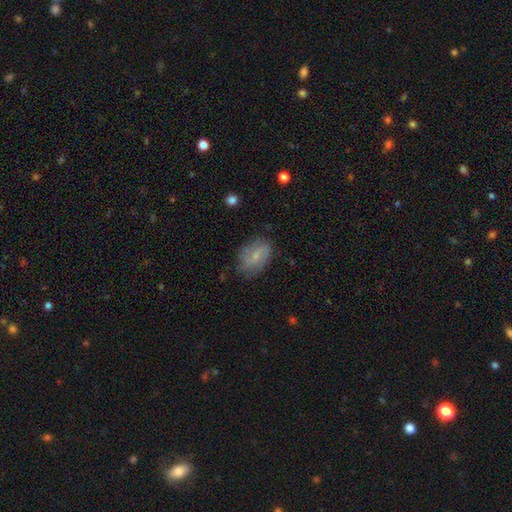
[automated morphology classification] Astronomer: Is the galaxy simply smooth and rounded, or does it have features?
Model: featured or disk — 46% (runner-up: smooth, 45%).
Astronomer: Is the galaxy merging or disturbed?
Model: none — 73%.